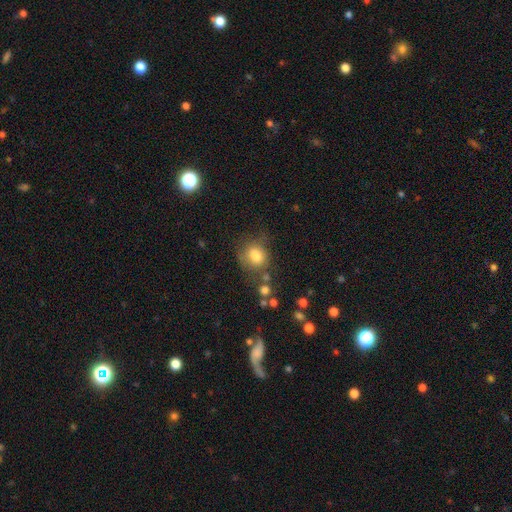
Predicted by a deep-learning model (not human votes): A smooth galaxy with no disk features (78%) that is round (63%). Merging: none (58%).